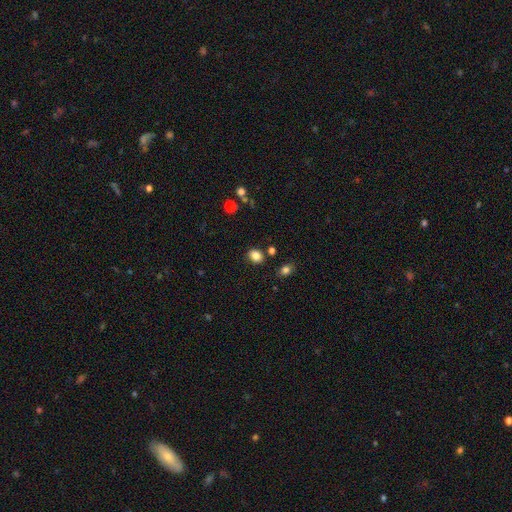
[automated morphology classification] Q: Smooth or featured?
A: smooth (85%); runner-up: star or artifact (11%)
Q: How rounded?
A: in between (52%); runner-up: round (47%)
Q: Merging?
A: none (81%); runner-up: minor disturbance (11%)